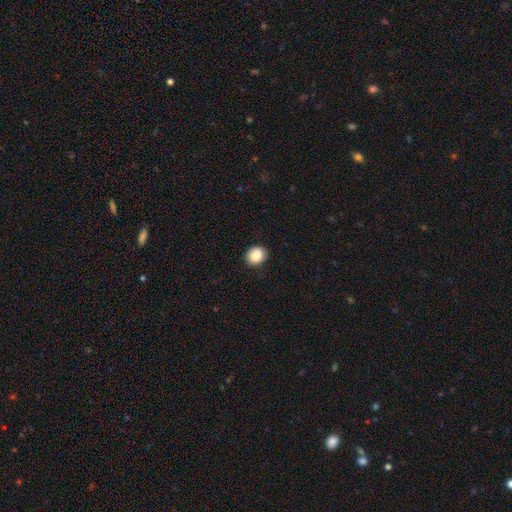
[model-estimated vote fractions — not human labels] This appears to be a smooth galaxy with no disk features (86%) that is round (72%). Merging: none (89%).